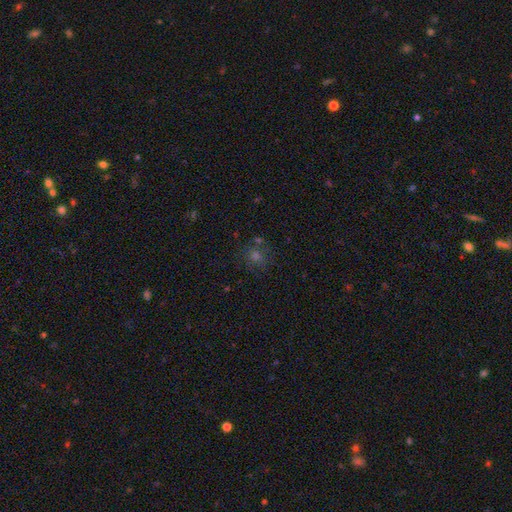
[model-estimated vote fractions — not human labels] Q: Smooth or featured?
A: smooth (50%); runner-up: star or artifact (35%)
Q: How rounded?
A: round (83%); runner-up: in between (16%)
Q: Merging?
A: none (76%); runner-up: minor disturbance (12%)